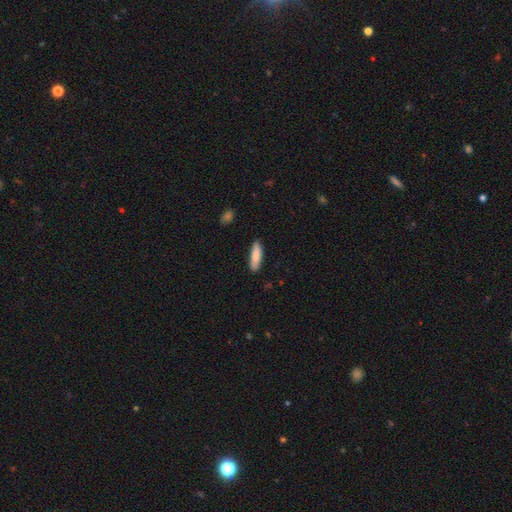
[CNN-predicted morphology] smooth-or-featured: smooth: 82% | featured or disk: 12% | star or artifact: 6%
  how-rounded: cigar-shaped: 56% | in between: 42% | round: 2%
  merging: none: 87% | minor disturbance: 10% | major disturbance: 2% | merger: 1%